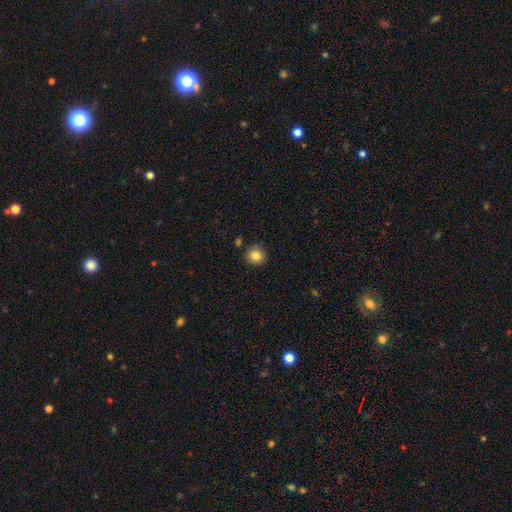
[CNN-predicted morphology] Q: Smooth or featured?
A: smooth (83%); runner-up: star or artifact (10%)
Q: How rounded?
A: round (92%); runner-up: in between (7%)
Q: Merging?
A: none (84%); runner-up: minor disturbance (11%)